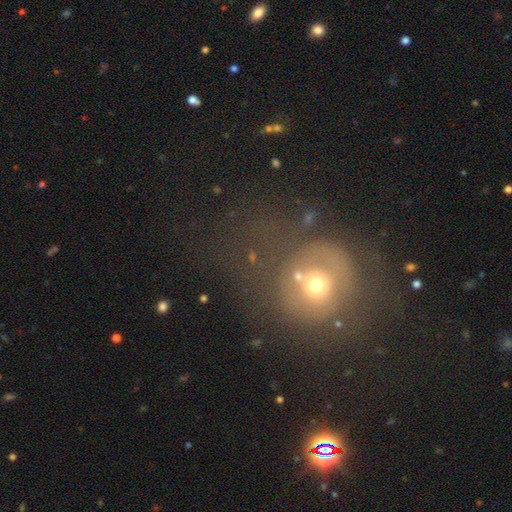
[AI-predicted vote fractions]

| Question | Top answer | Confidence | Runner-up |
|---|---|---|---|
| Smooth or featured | smooth | 40% | featured or disk (33%) |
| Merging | none | 51% | major disturbance (25%) |